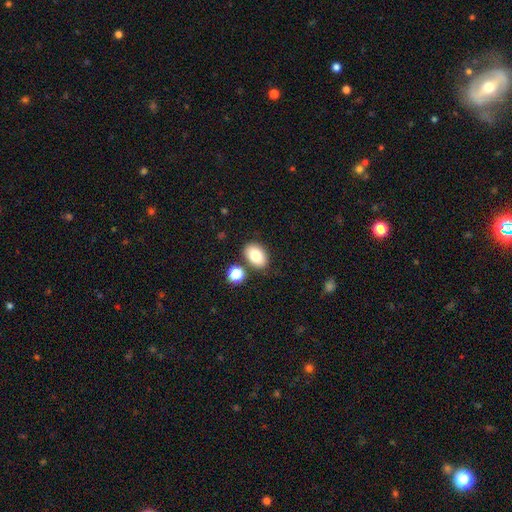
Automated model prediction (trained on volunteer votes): Morphology: type=smooth (82%); roundness=in between (83%); merging=none (78%).